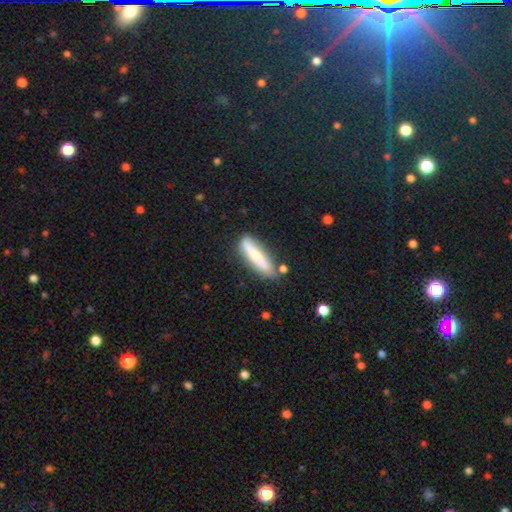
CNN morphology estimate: Q: Smooth or featured?
A: smooth (62%); runner-up: featured or disk (32%)
Q: How rounded?
A: cigar-shaped (76%); runner-up: in between (22%)
Q: Merging?
A: none (70%); runner-up: minor disturbance (19%)